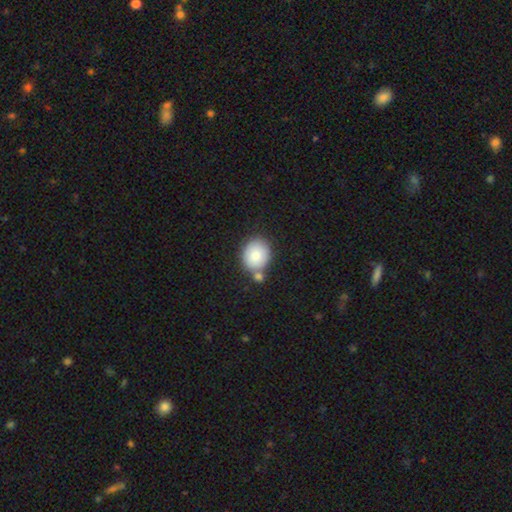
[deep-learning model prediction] Smooth or featured?
  - smooth: 84% *
  - featured or disk: 8%
  - star or artifact: 7%
How rounded?
  - round: 62% *
  - in between: 37%
  - cigar-shaped: 1%
Merging?
  - none: 61% *
  - merger: 22%
  - minor disturbance: 14%
  - major disturbance: 4%